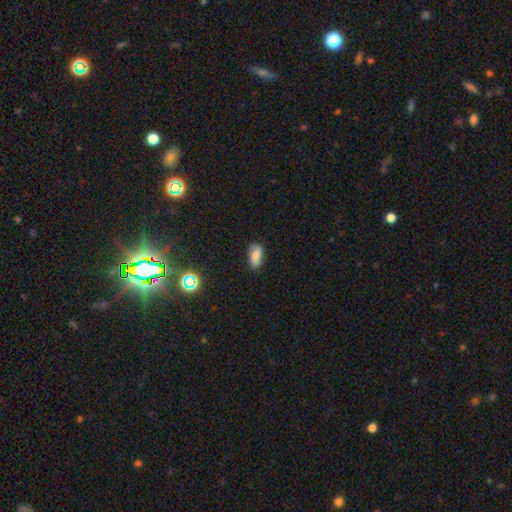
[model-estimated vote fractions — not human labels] A smooth galaxy with no disk features (81%) that is in between round and cigar-shaped (85%). Merging: none (78%).